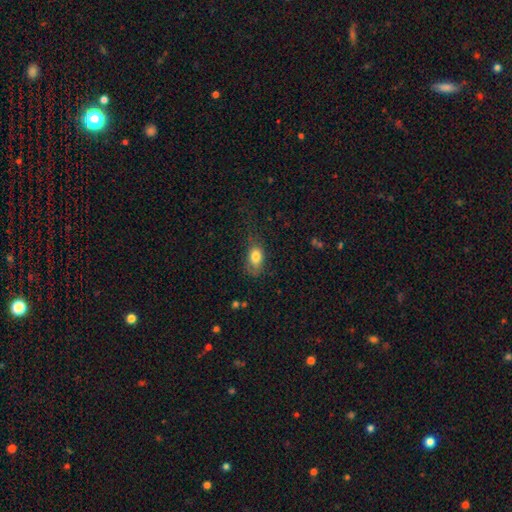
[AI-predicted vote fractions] A smooth galaxy with no disk features (80%) that is in between round and cigar-shaped (84%). Merging: none (54%).